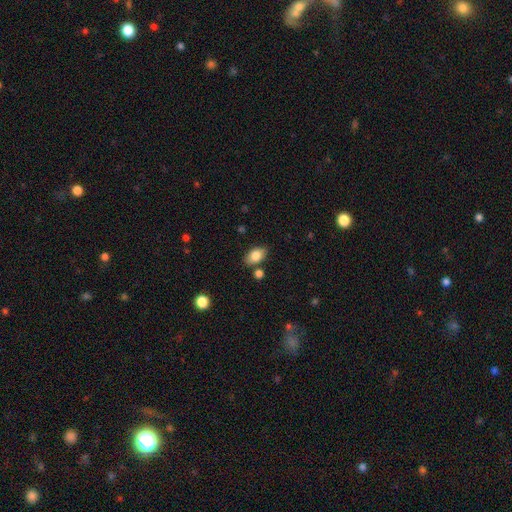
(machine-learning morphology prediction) Smooth or featured? Predicted: smooth (p=0.83). How rounded? Predicted: in between (p=0.88). Merging? Predicted: none (p=0.78).